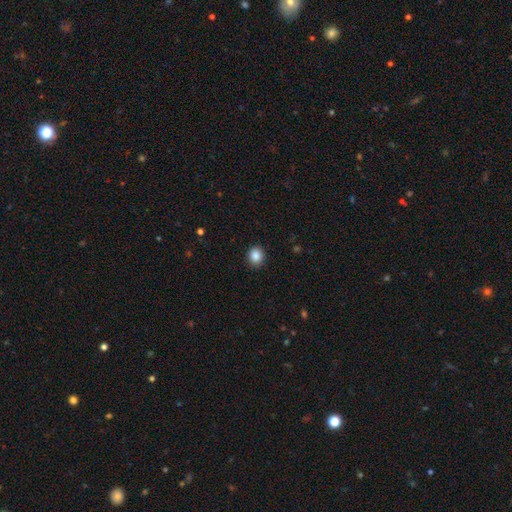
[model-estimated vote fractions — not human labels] The model was most divided on "how rounded": round: 76%, in between: 23%, cigar-shaped: 1%. More confident: merging — none (91%); smooth or featured — smooth (87%).